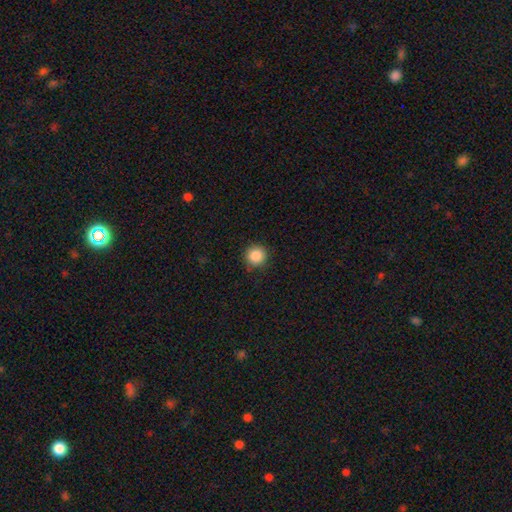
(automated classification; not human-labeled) Morphology: type=smooth (86%); roundness=round (95%); merging=none (88%).